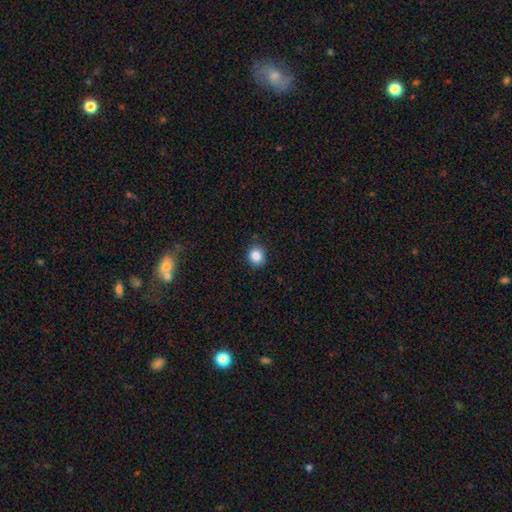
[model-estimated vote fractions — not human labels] Morphology: type=smooth (85%); roundness=round (79%); merging=none (87%).